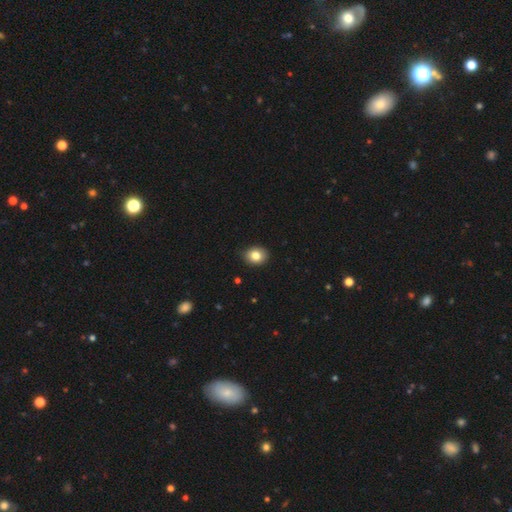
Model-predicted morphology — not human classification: Smooth or featured: smooth — 83% (star or artifact — 9%)
How rounded: round — 51% (in between — 48%)
Merging: none — 86% (minor disturbance — 11%)